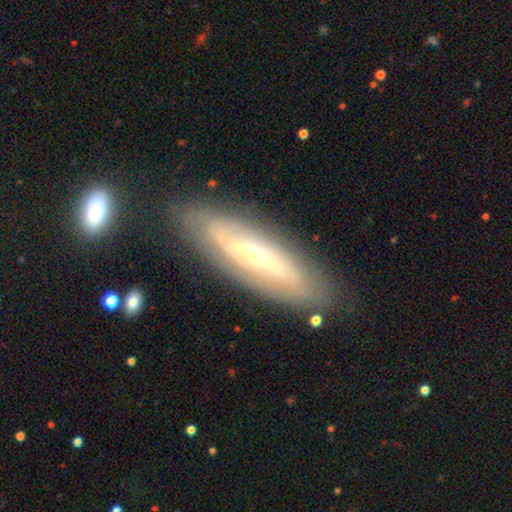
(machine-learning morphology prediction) Smooth or featured?
  - featured or disk: 73% *
  - smooth: 20%
  - star or artifact: 6%
Edge-on disk?
  - no: 64% *
  - yes: 36%
Merging?
  - none: 80% *
  - minor disturbance: 13%
  - major disturbance: 4%
  - merger: 3%